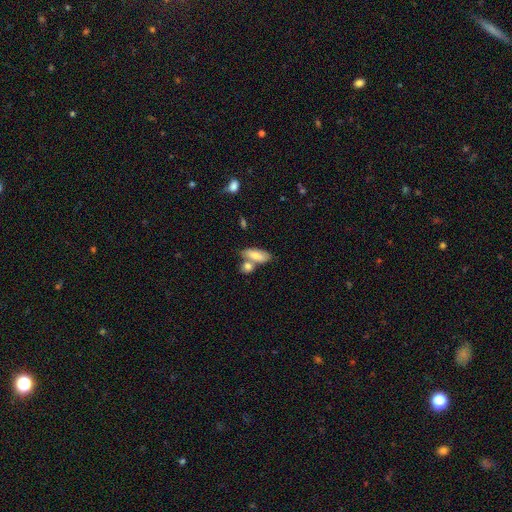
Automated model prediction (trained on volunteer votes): Smooth or featured? smooth (78%)
How rounded? in between (75%)
Merging? none (47%)